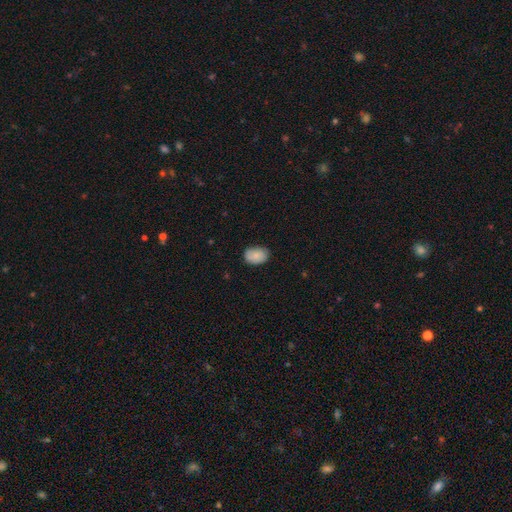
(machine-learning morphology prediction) Smooth or featured? smooth (82%)
How rounded? in between (81%)
Merging? none (74%)